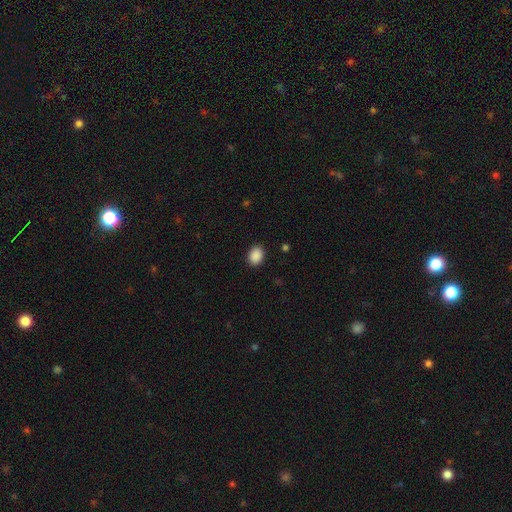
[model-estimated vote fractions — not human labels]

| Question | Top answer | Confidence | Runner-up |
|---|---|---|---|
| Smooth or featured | smooth | 89% | star or artifact (8%) |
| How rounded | in between | 57% | round (42%) |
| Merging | none | 90% | minor disturbance (7%) |